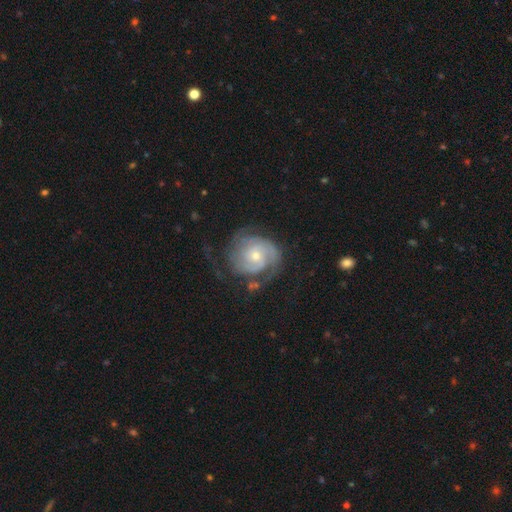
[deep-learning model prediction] featured or disk 85%, smooth 10%, star or artifact 5%. Down the decision tree: edge-on disk — no (98%); bar — no (71%); spiral arms — yes (96%); spiral arm count — 2 (44%); spiral winding — tight (63%); bulge size — small (60%); merging — none (61%).